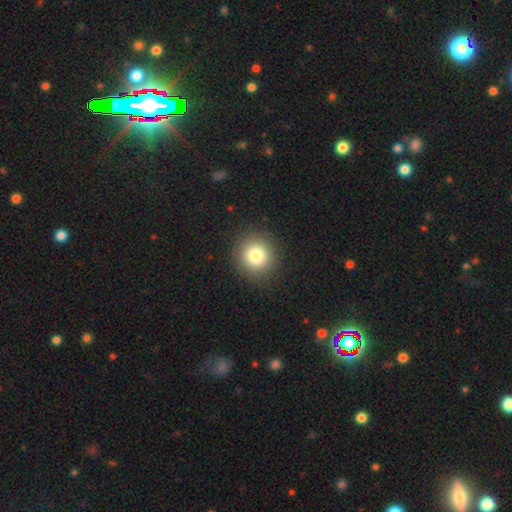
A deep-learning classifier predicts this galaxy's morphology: smooth_or_featured: smooth (p=0.81) [alt: star or artifact p=0.11]
how_rounded: round (p=0.93) [alt: in between p=0.06]
merging: none (p=0.90) [alt: minor disturbance p=0.06]